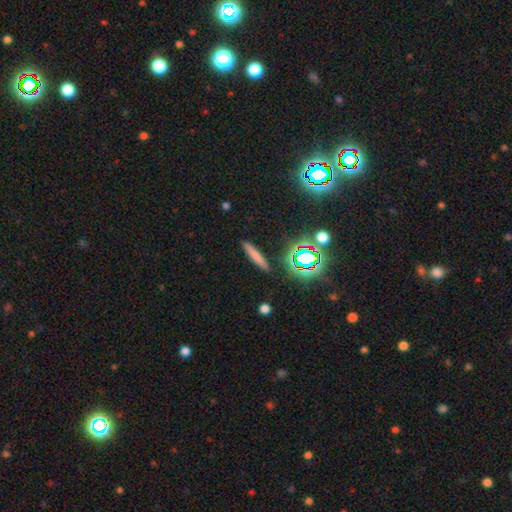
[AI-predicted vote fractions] Smooth or featured?
  - smooth: 68% *
  - featured or disk: 17%
  - star or artifact: 15%
How rounded?
  - cigar-shaped: 90% *
  - in between: 7%
  - round: 3%
Merging?
  - none: 88% *
  - minor disturbance: 8%
  - major disturbance: 2%
  - merger: 2%